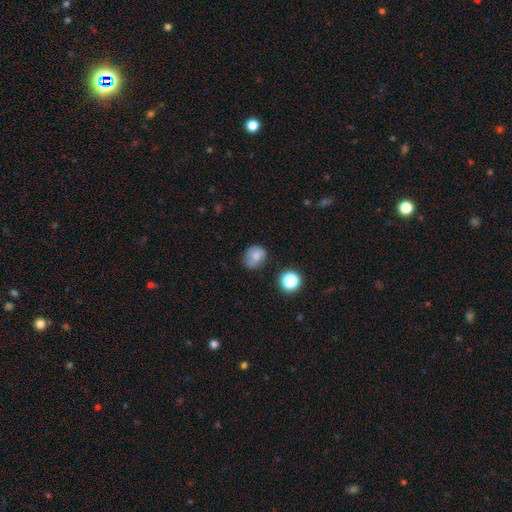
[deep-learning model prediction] smooth 77%, star or artifact 12%, featured or disk 11%. Down the decision tree: how rounded — round (54%); merging — none (64%).